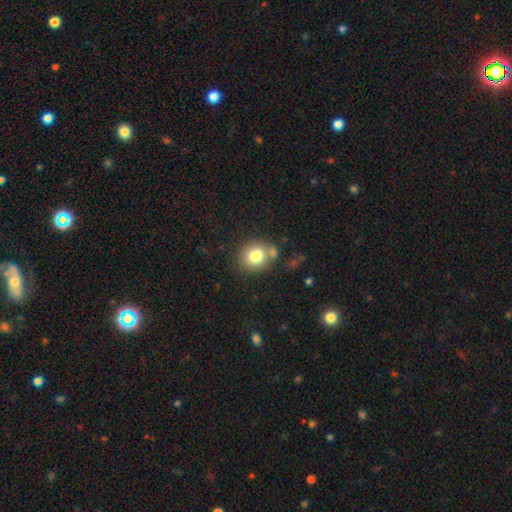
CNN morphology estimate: Smooth or featured?
  - smooth: 78% *
  - featured or disk: 11%
  - star or artifact: 11%
How rounded?
  - round: 78% *
  - in between: 21%
  - cigar-shaped: 1%
Merging?
  - none: 66% *
  - merger: 15%
  - minor disturbance: 14%
  - major disturbance: 5%